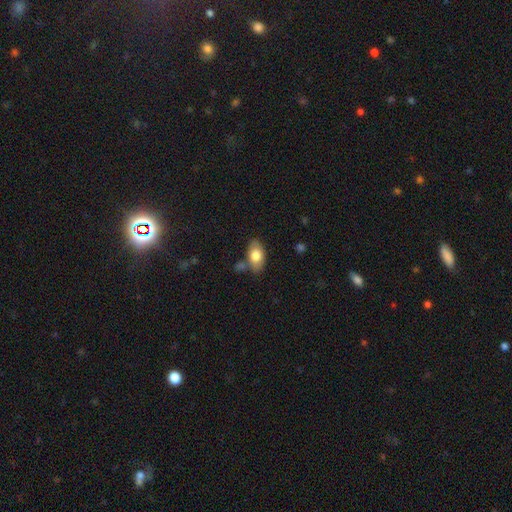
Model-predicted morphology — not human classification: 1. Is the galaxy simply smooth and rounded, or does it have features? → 75% smooth, 18% featured or disk, 6% star or artifact.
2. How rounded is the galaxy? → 91% in between, 6% round, 2% cigar-shaped.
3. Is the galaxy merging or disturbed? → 71% none, 16% minor disturbance, 9% merger, 4% major disturbance.